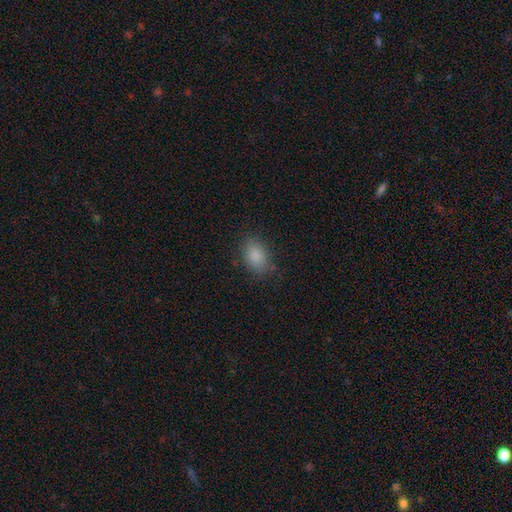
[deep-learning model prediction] Q: Smooth or featured?
A: smooth (86%); runner-up: star or artifact (9%)
Q: How rounded?
A: in between (84%); runner-up: round (15%)
Q: Merging?
A: none (80%); runner-up: minor disturbance (14%)